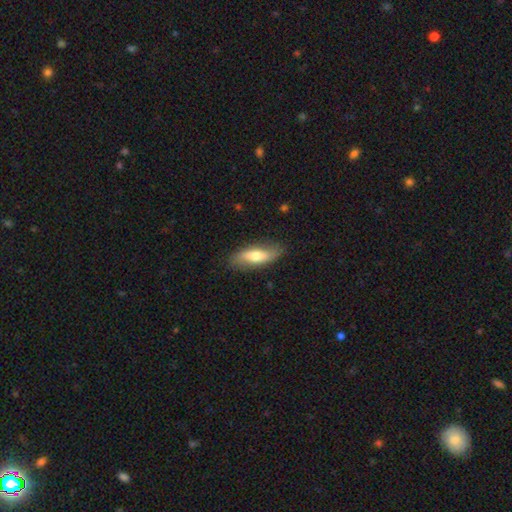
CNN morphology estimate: Q: Smooth or featured?
A: smooth (58%); runner-up: featured or disk (36%)
Q: How rounded?
A: in between (62%); runner-up: cigar-shaped (35%)
Q: Merging?
A: none (79%); runner-up: minor disturbance (16%)